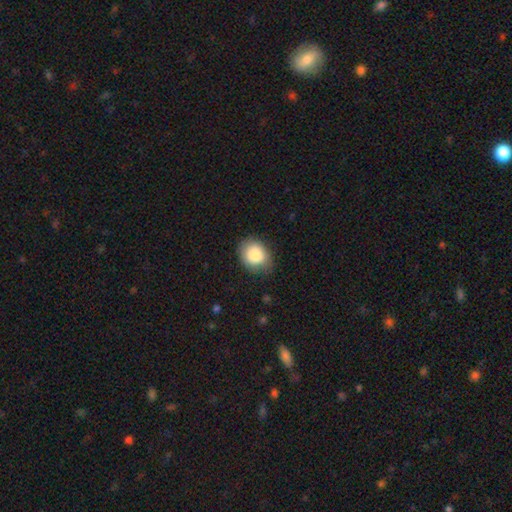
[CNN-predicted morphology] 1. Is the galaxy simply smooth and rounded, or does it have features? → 85% smooth, 8% star or artifact, 7% featured or disk.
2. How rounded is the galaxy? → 50% in between, 49% round, 1% cigar-shaped.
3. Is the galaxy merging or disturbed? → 78% none, 18% minor disturbance, 4% major disturbance, 1% merger.